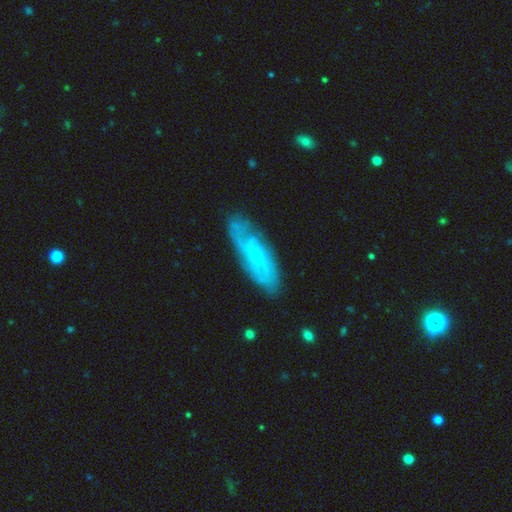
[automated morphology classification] A featured or disk galaxy (69%) with no bar (76%), spiral arms (83%) and a small central bulge (83%).

Vote fractions:
- Smooth or featured? featured or disk: 69% / smooth: 24% / star or artifact: 6%
- Edge-on disk? no: 85% / yes: 15%
- Bar? no: 76% / weak: 21% / strong: 3%
- Spiral arms? yes: 83% / no: 17%
- Bulge size? small: 83% / moderate: 12% / none: 4% / large: 1% / dominant: 1%
- Merging? none: 74% / minor disturbance: 19% / major disturbance: 5% / merger: 2%